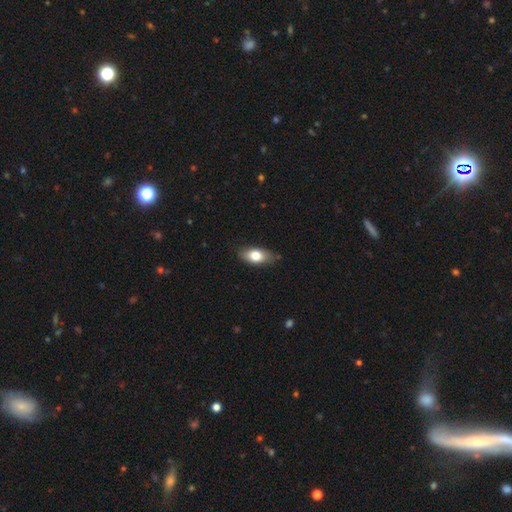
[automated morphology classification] A smooth galaxy with no disk features (73%) that is in between round and cigar-shaped (87%). Merging: none (80%).